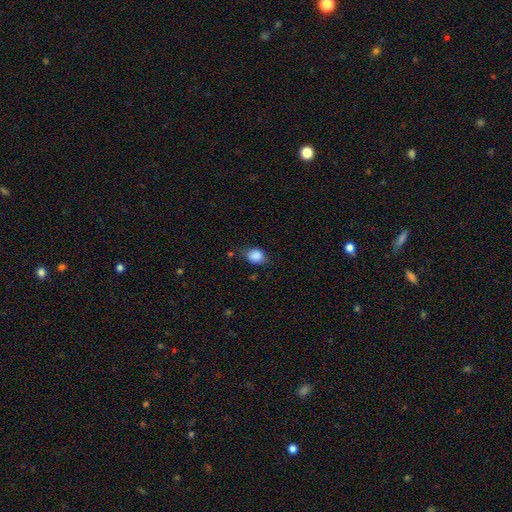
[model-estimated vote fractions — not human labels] smooth-or-featured: smooth: 85% | star or artifact: 9% | featured or disk: 6%
  how-rounded: in between: 50% | round: 49% | cigar-shaped: 1%
  merging: none: 64% | minor disturbance: 26% | major disturbance: 7% | merger: 3%